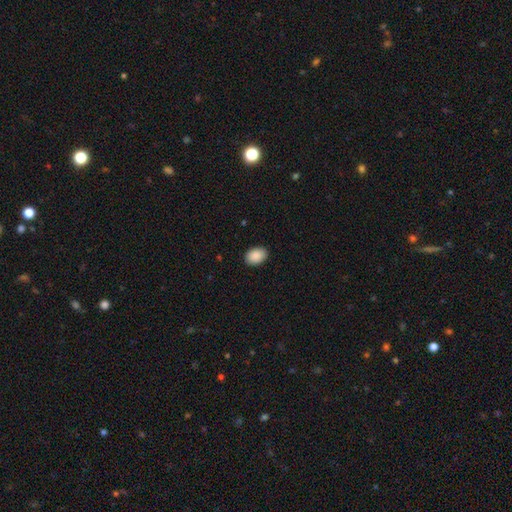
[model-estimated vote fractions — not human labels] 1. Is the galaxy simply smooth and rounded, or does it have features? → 90% smooth, 7% star or artifact, 3% featured or disk.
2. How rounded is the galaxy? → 76% in between, 23% round, 1% cigar-shaped.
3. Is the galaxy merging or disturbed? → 89% none, 8% minor disturbance, 2% major disturbance, 1% merger.